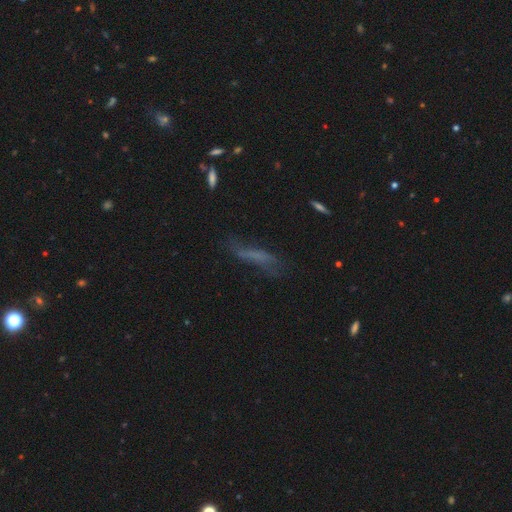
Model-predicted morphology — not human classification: Overall: smooth (50%; featured or disk 34%). Merging: none (57%; minor disturbance 25%).